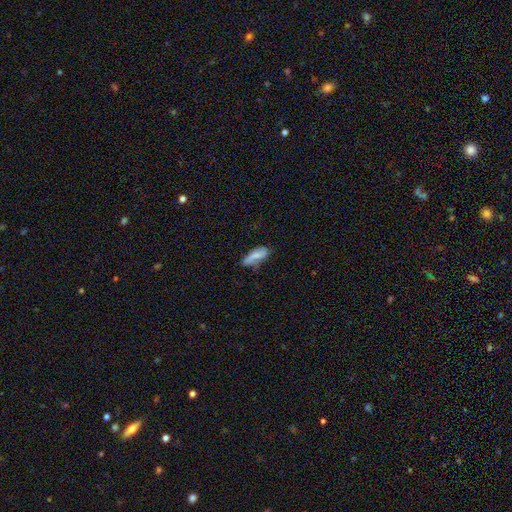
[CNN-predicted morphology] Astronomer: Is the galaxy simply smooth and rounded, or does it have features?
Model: smooth — 68%.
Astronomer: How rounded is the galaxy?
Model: in between — 66%.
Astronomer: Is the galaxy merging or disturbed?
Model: none — 47% (runner-up: minor disturbance, 34%).